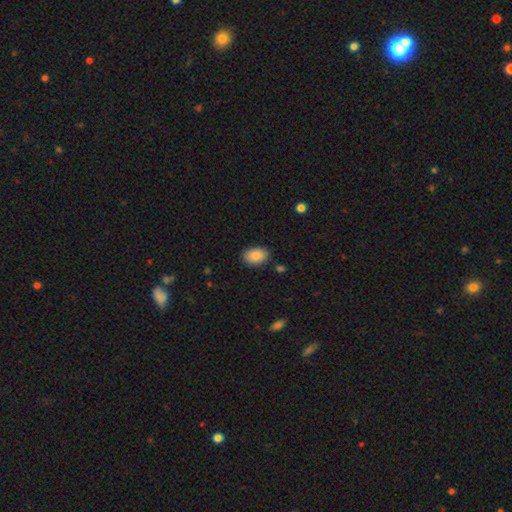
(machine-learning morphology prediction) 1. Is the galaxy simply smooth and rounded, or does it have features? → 86% smooth, 7% star or artifact, 6% featured or disk.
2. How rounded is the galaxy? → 88% in between, 11% round, 1% cigar-shaped.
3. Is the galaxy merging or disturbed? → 86% none, 10% minor disturbance, 2% major disturbance, 2% merger.